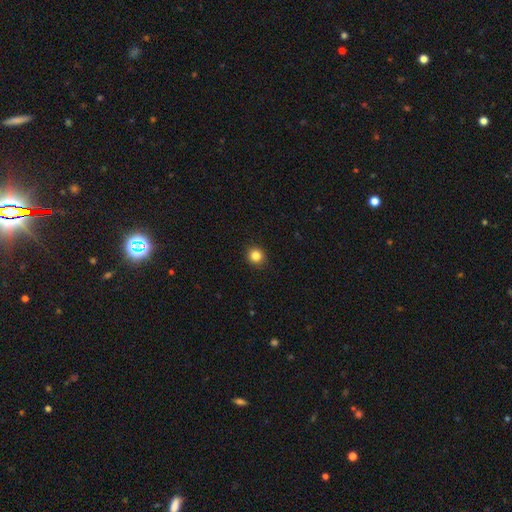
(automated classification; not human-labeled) Q: Smooth or featured?
A: smooth (84%); runner-up: star or artifact (11%)
Q: How rounded?
A: round (90%); runner-up: in between (9%)
Q: Merging?
A: none (91%); runner-up: minor disturbance (6%)